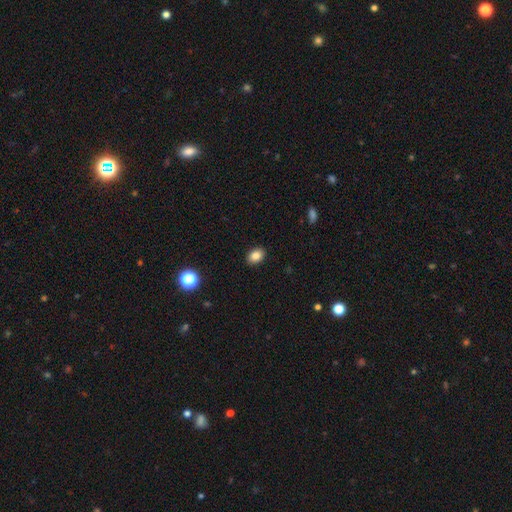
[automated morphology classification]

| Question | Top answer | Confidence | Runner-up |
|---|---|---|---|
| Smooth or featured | smooth | 85% | star or artifact (10%) |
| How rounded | in between | 80% | round (19%) |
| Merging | none | 90% | minor disturbance (7%) |